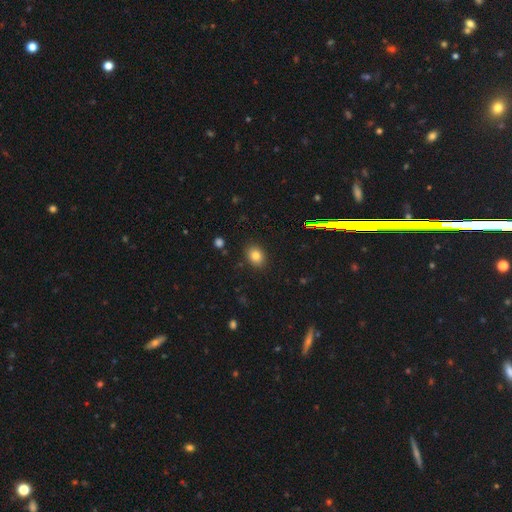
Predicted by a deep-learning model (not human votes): This is clearly a smooth galaxy (81%). How rounded: possibly in between (55%). Merging: clearly none (88%).